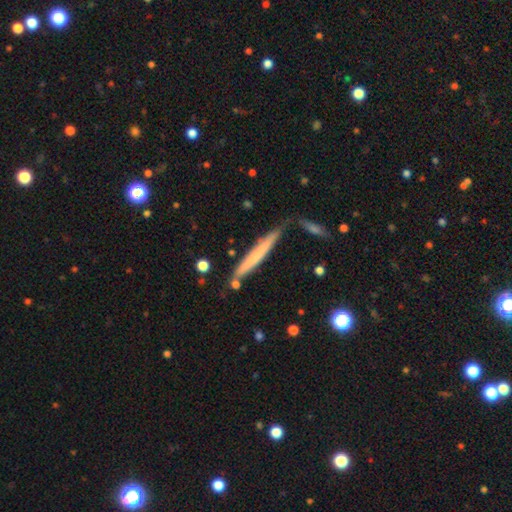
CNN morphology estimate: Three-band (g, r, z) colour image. It shows a smooth galaxy with no disk features (57%) that is cigar-shaped (96%). Merging: none (75%).